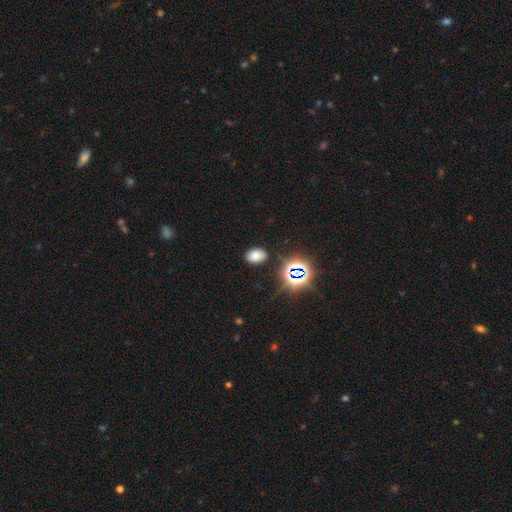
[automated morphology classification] This appears to be a smooth galaxy with no disk features (71%) that is in between round and cigar-shaped (81%). Merging: none (86%).